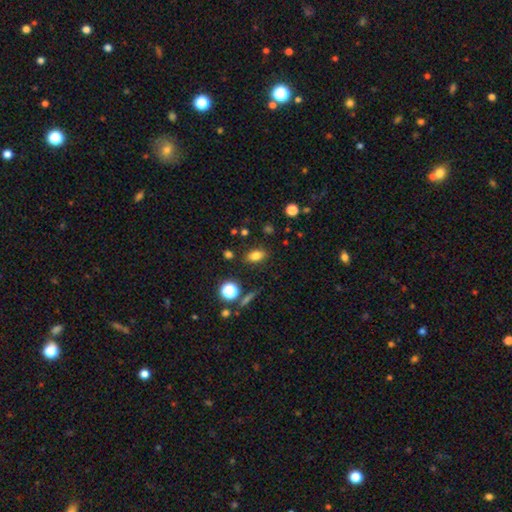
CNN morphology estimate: Smooth or featured: smooth — 78% (star or artifact — 13%)
How rounded: in between — 80% (round — 16%)
Merging: none — 84% (minor disturbance — 10%)